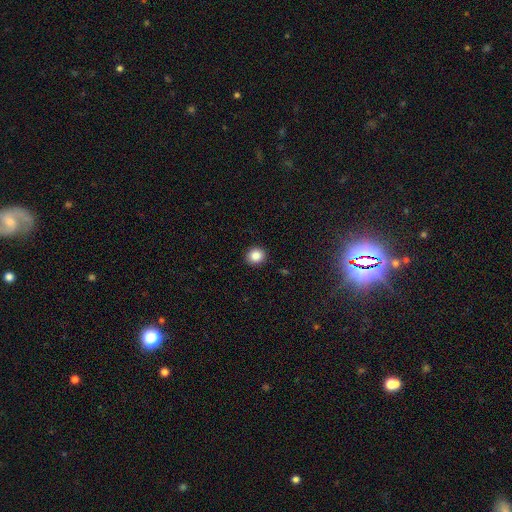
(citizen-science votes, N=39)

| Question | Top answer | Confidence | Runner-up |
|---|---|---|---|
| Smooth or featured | smooth | 92% | star or artifact (8%) |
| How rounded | round | 83% | in between (17%) |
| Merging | none | 94% | minor disturbance (6%) |